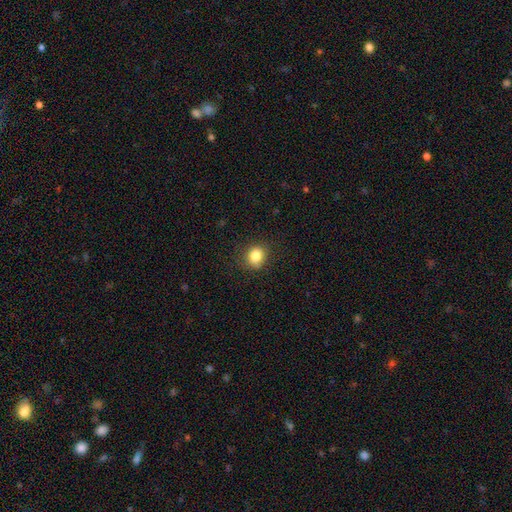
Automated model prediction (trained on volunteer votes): A smooth galaxy with no disk features (83%) that is round (75%).

Vote fractions:
- Smooth or featured? smooth: 83% / star or artifact: 11% / featured or disk: 6%
- How rounded? round: 75% / in between: 24% / cigar-shaped: 1%
- Merging? none: 85% / minor disturbance: 11% / major disturbance: 3% / merger: 1%